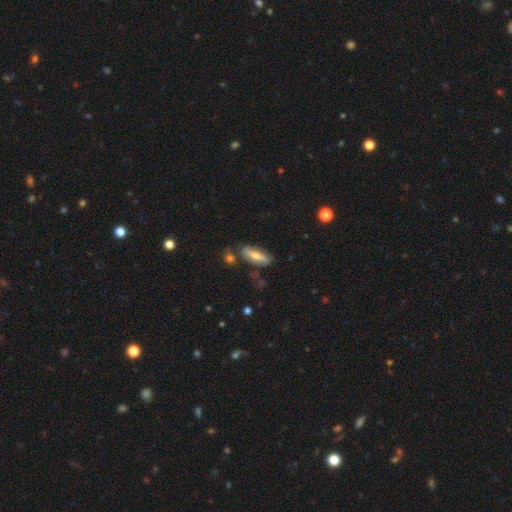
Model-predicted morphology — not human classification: Overall: smooth (53%; featured or disk 40%). How rounded: in between (51%; cigar-shaped 46%). Merging: none (70%).